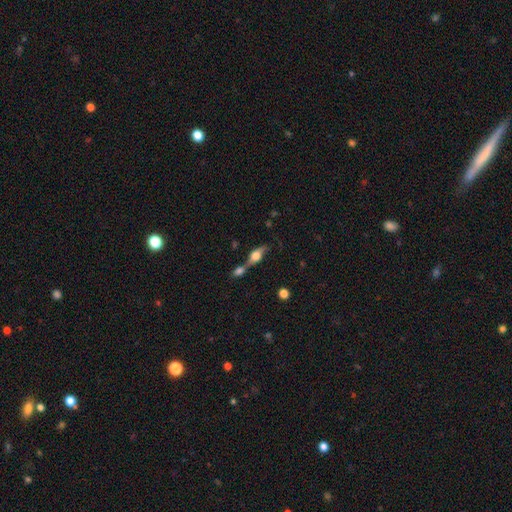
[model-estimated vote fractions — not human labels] The model was most divided on "smooth or featured": featured or disk: 47%, smooth: 43%, star or artifact: 10%. More confident: merging — merger (52%).